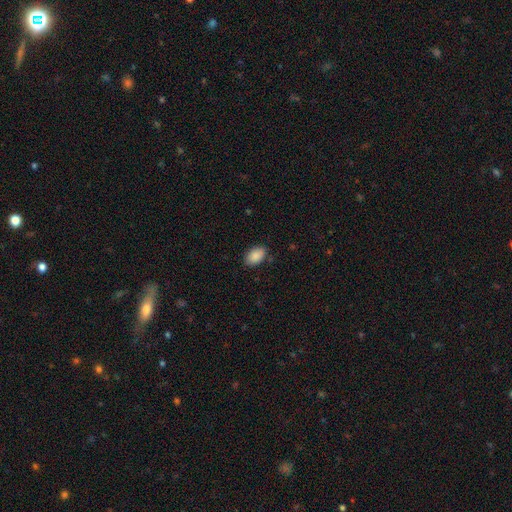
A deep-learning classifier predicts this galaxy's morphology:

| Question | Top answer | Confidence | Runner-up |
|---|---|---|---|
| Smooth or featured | smooth | 89% | star or artifact (7%) |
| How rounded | in between | 91% | round (8%) |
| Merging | none | 85% | minor disturbance (12%) |